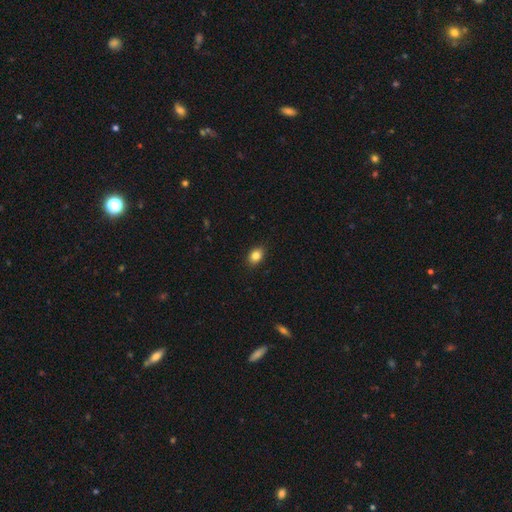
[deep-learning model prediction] This is clearly a smooth galaxy (84%). How rounded: likely in between (74%). Merging: clearly none (89%).